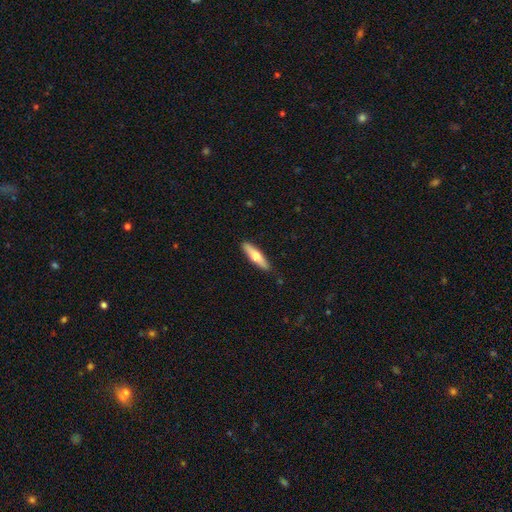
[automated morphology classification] Smooth or featured: smooth — 56% (featured or disk — 39%)
How rounded: cigar-shaped — 73% (in between — 25%)
Merging: none — 88% (minor disturbance — 9%)